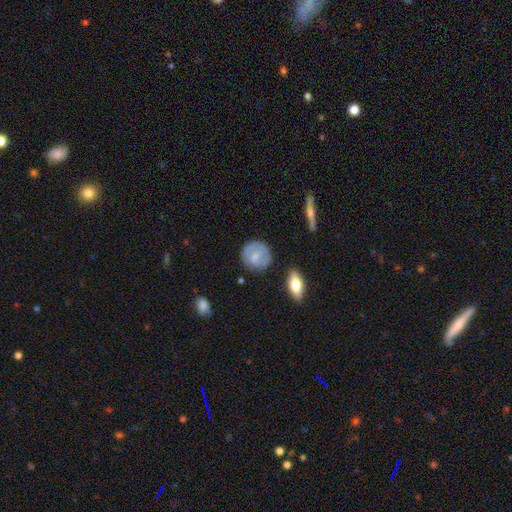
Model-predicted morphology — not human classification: Smooth or featured? smooth (58%)
How rounded? round (84%)
Merging? none (73%)